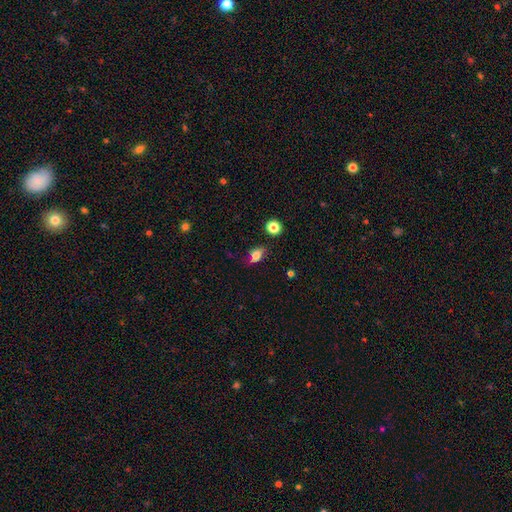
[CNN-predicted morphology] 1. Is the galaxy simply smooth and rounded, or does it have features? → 74% smooth, 15% featured or disk, 12% star or artifact.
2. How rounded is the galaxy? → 77% in between, 17% round, 5% cigar-shaped.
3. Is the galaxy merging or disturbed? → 62% none, 26% minor disturbance, 8% major disturbance, 5% merger.